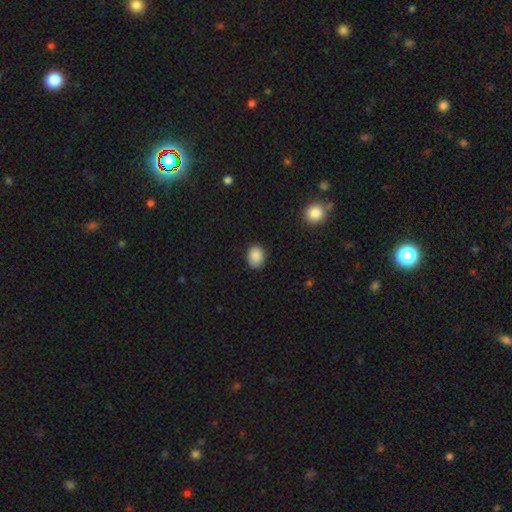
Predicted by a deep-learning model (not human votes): Smooth or featured? Predicted: smooth (p=0.88). How rounded? Predicted: round (p=0.52). Merging? Predicted: none (p=0.82).